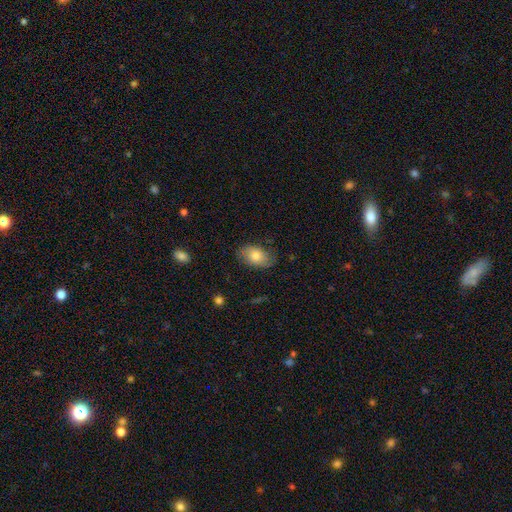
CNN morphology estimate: Smooth or featured?
  - smooth: 77% *
  - featured or disk: 16%
  - star or artifact: 7%
How rounded?
  - in between: 88% *
  - round: 11%
  - cigar-shaped: 1%
Merging?
  - none: 74% *
  - minor disturbance: 20%
  - major disturbance: 5%
  - merger: 1%